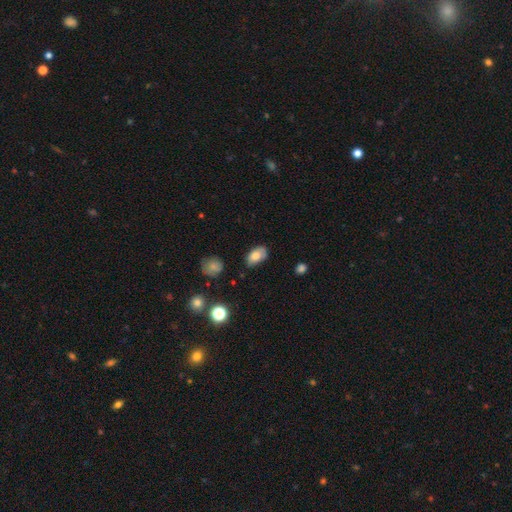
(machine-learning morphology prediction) smooth 75%, featured or disk 17%, star or artifact 8%. Down the decision tree: how rounded — in between (91%); merging — none (67%).